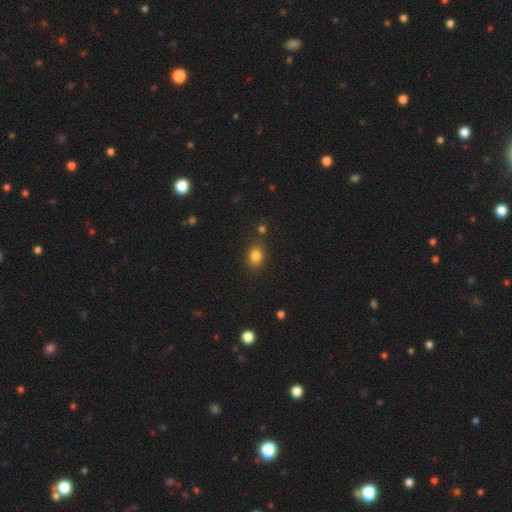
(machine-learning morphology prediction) smooth_or_featured: smooth (p=0.82) [alt: star or artifact p=0.12]
how_rounded: in between (p=0.57) [alt: round p=0.41]
merging: none (p=0.78) [alt: minor disturbance p=0.12]